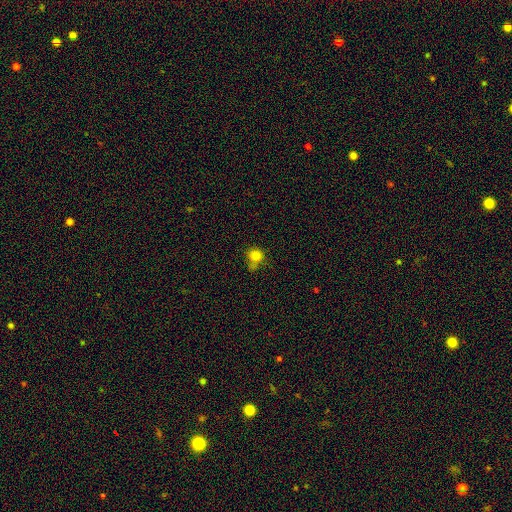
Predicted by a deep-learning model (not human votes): Smooth or featured? Predicted: smooth (p=0.81). How rounded? Predicted: round (p=0.81). Merging? Predicted: none (p=0.47).